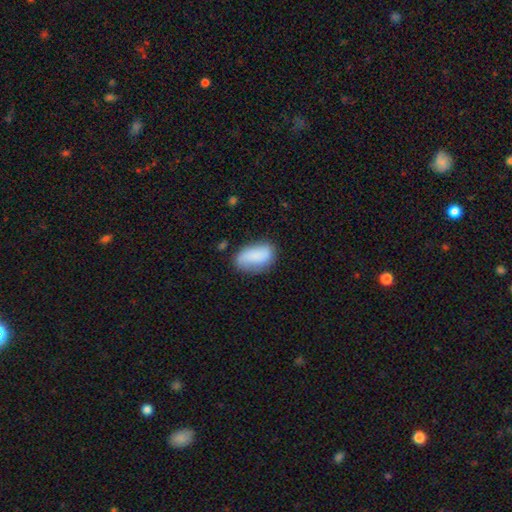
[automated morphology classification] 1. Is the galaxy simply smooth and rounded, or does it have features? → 79% smooth, 14% featured or disk, 7% star or artifact.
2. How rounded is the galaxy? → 92% in between, 5% round, 3% cigar-shaped.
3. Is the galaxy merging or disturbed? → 66% none, 24% minor disturbance, 7% major disturbance, 3% merger.